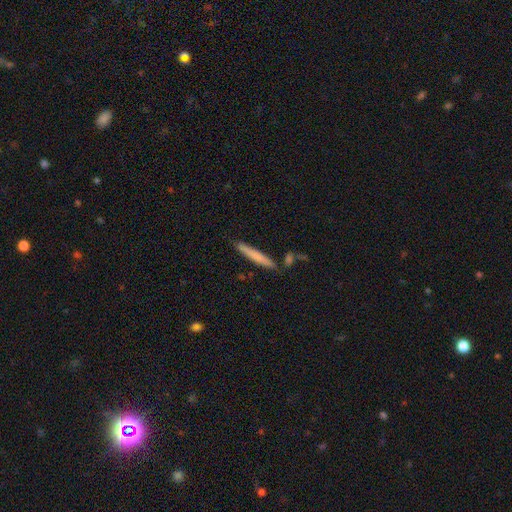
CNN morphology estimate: A smooth galaxy with no disk features (71%) that is cigar-shaped (95%).

Vote fractions:
- Smooth or featured? smooth: 71% / featured or disk: 23% / star or artifact: 6%
- How rounded? cigar-shaped: 95% / in between: 4% / round: 1%
- Merging? none: 83% / minor disturbance: 11% / merger: 4% / major disturbance: 2%